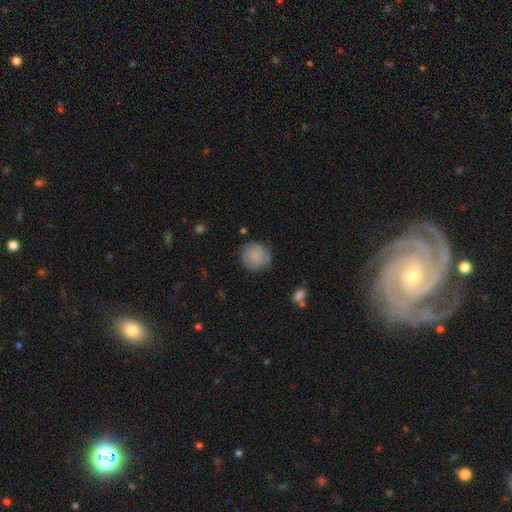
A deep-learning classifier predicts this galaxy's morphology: This appears to be a smooth galaxy with no disk features (82%) that is round (90%). Merging: none (77%).